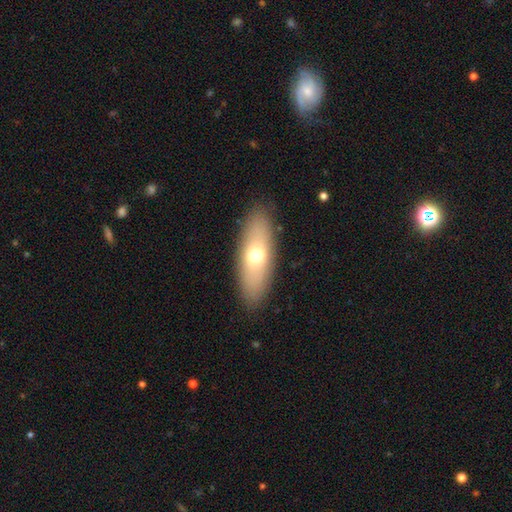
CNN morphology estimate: smooth 63%, featured or disk 29%, star or artifact 7%. Down the decision tree: how rounded — in between (66%); merging — none (88%).